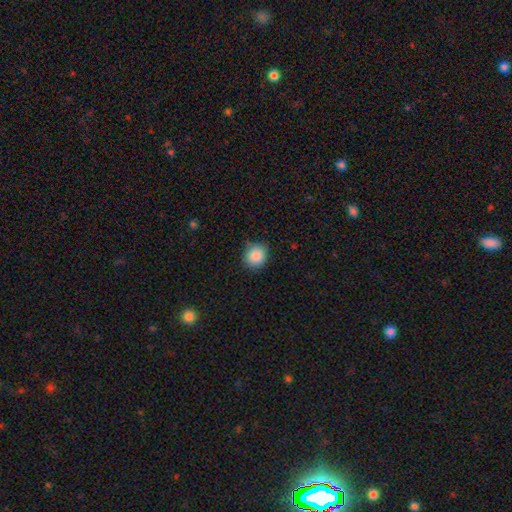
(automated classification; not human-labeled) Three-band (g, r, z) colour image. It shows a smooth galaxy with no disk features (87%) that is round (88%). Merging: none (84%).